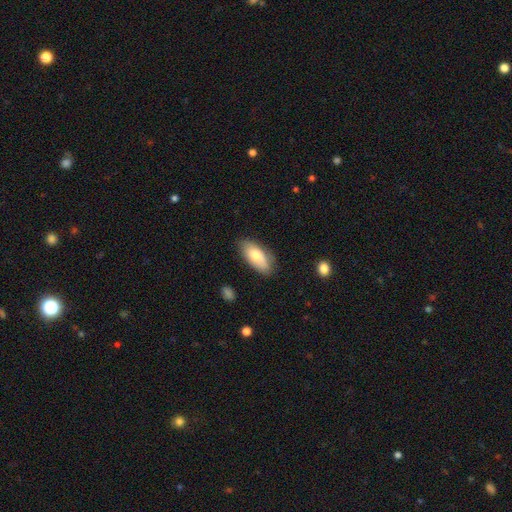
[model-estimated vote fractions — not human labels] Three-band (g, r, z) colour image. It shows a smooth galaxy with no disk features (74%) that is in between round and cigar-shaped (87%). Merging: none (80%).